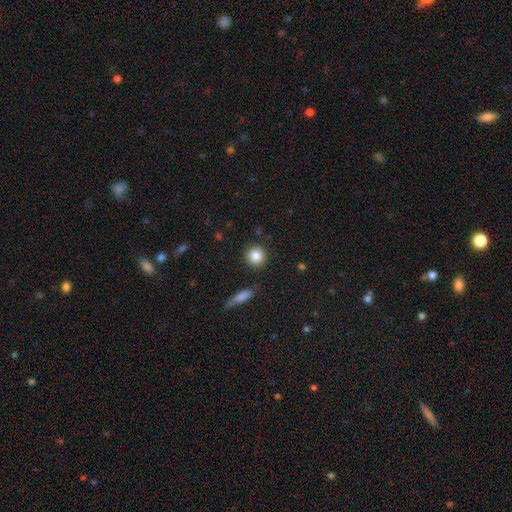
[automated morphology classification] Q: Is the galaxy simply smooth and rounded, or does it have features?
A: smooth — 85%.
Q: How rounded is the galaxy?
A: round — 91%.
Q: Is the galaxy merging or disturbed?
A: none — 88%.